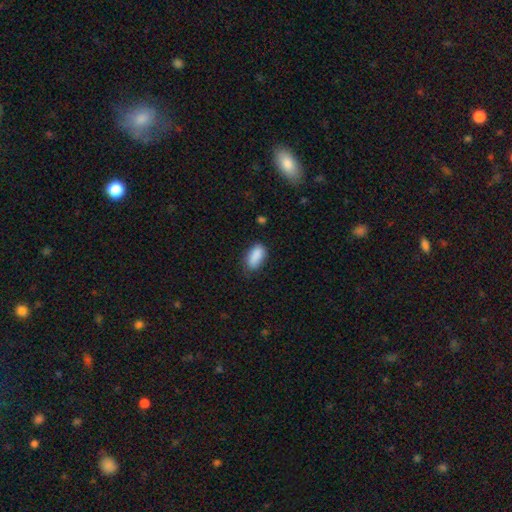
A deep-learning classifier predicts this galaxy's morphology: smooth_or_featured: smooth (p=0.88) [alt: star or artifact p=0.07]
how_rounded: in between (p=0.90) [alt: cigar-shaped p=0.06]
merging: none (p=0.71) [alt: minor disturbance p=0.23]